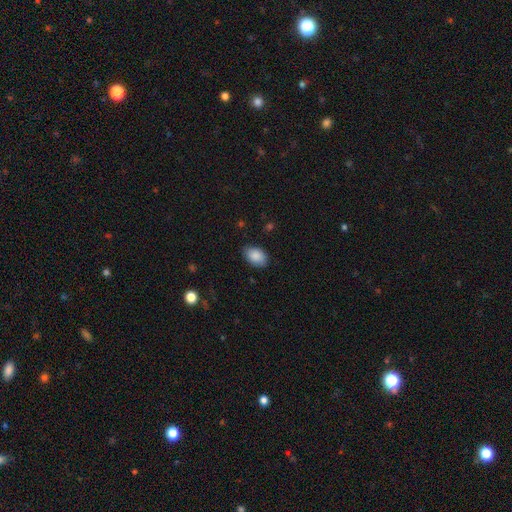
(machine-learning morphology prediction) A smooth galaxy with no disk features (89%) that is in between round and cigar-shaped (87%). Merging: none (81%).